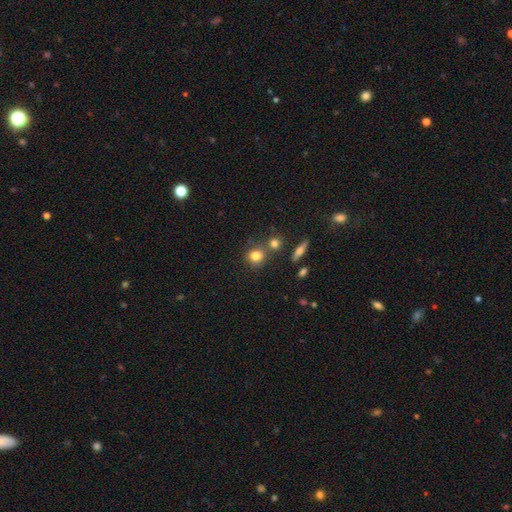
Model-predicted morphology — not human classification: This is likely a smooth galaxy (80%). How rounded: likely round (79%). Merging: likely none (66%).